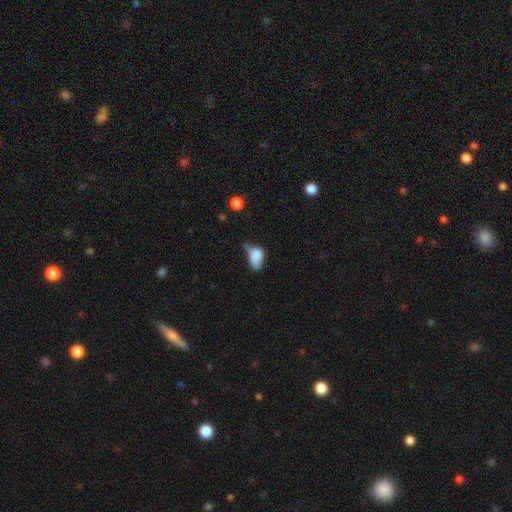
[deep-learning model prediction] Smooth or featured: smooth — 77% (featured or disk — 14%)
How rounded: in between — 86% (round — 11%)
Merging: minor disturbance — 38% (major disturbance — 30%)